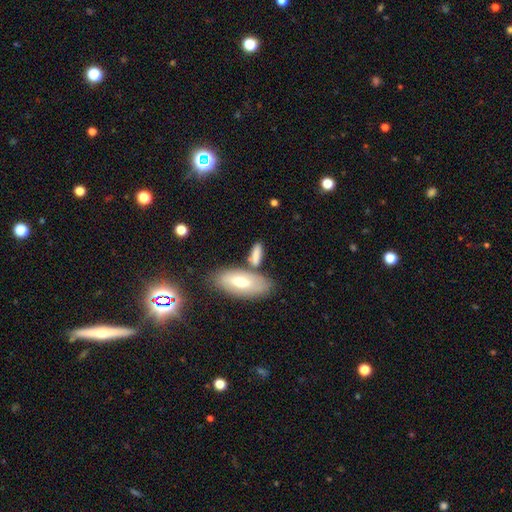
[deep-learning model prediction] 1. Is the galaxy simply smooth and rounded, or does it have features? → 73% smooth, 20% featured or disk, 7% star or artifact.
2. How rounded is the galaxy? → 64% in between, 31% cigar-shaped, 5% round.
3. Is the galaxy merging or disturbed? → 57% none, 21% merger, 16% minor disturbance, 6% major disturbance.